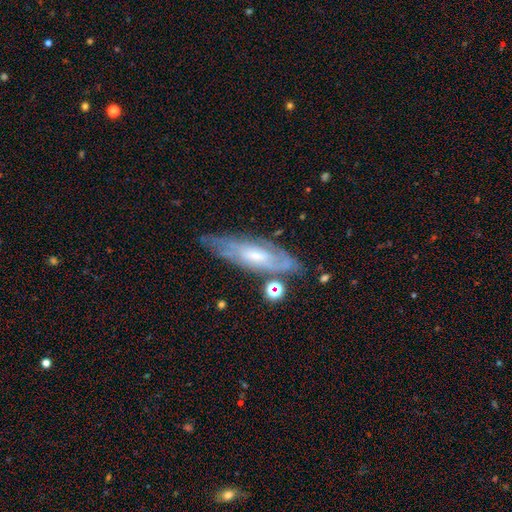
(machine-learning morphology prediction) The model was most divided on "bulge size": small: 53%, moderate: 35%, none: 6%, large: 4%, dominant: 1%. More confident: spiral arms — yes (87%); edge-on disk — no (75%); smooth or featured — featured or disk (74%); merging — none (68%); bar — no (56%).